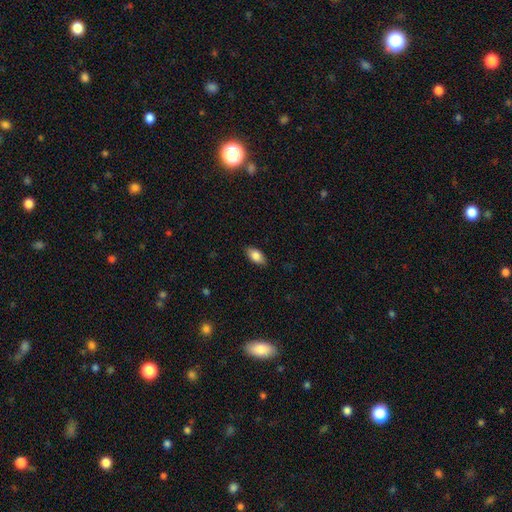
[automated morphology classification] Smooth or featured? Predicted: smooth (p=0.83). How rounded? Predicted: in between (p=0.91). Merging? Predicted: none (p=0.87).